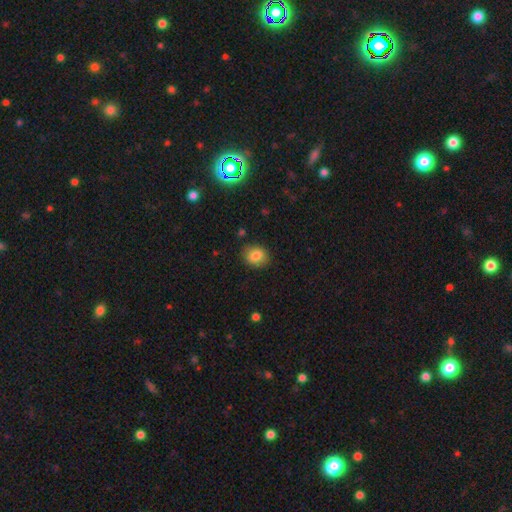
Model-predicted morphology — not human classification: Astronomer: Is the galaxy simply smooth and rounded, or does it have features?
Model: smooth — 82%.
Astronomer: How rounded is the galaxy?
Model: round — 53% (runner-up: in between, 46%).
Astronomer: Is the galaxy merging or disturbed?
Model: none — 84%.